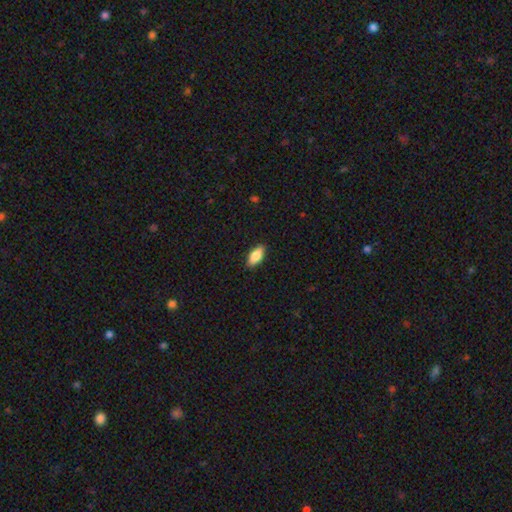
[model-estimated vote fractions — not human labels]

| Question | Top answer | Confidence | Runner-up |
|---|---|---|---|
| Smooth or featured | smooth | 84% | featured or disk (10%) |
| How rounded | in between | 88% | cigar-shaped (9%) |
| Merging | none | 89% | minor disturbance (9%) |